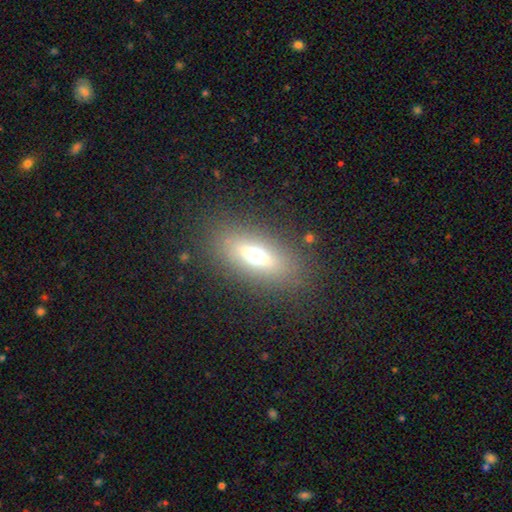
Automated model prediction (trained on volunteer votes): Overall: smooth (50%; featured or disk 36%). Merging: none (83%).